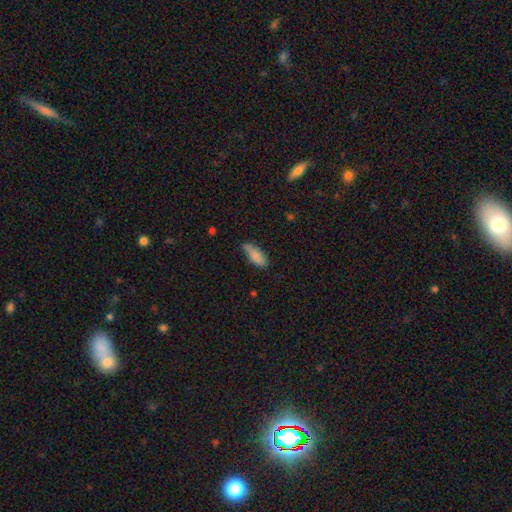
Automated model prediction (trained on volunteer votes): smooth_or_featured: smooth (p=0.84) [alt: featured or disk p=0.09]
how_rounded: in between (p=0.75) [alt: cigar-shaped p=0.23]
merging: none (p=0.64) [alt: minor disturbance p=0.29]